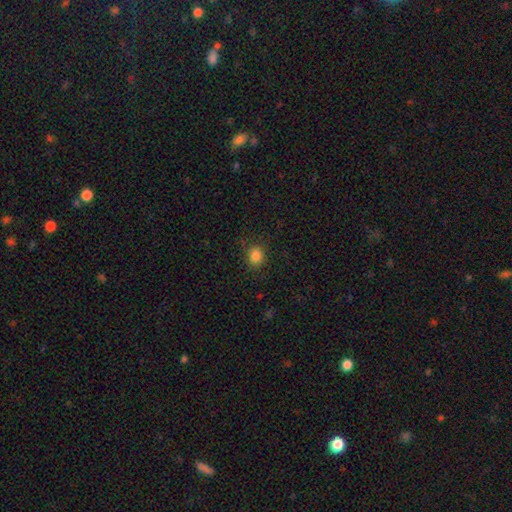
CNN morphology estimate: Smooth or featured? Predicted: smooth (p=0.84). How rounded? Predicted: round (p=0.66). Merging? Predicted: none (p=0.83).